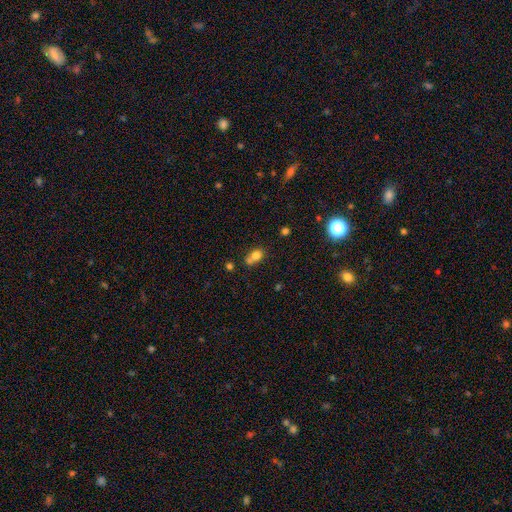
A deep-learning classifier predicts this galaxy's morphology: smooth_or_featured: smooth (p=0.75) [alt: featured or disk p=0.12]
how_rounded: round (p=0.50) [alt: in between p=0.48]
merging: merger (p=0.43) [alt: none p=0.38]